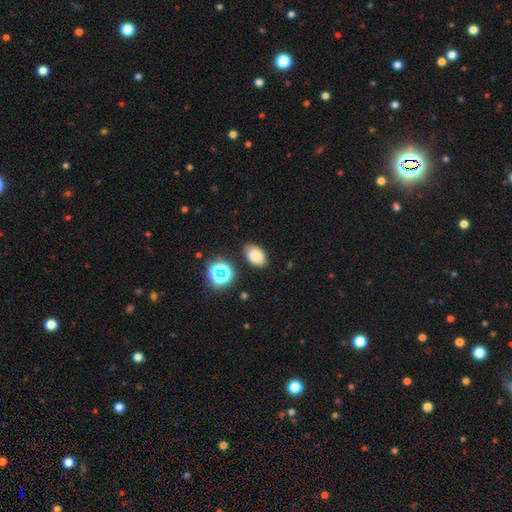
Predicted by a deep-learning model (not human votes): Smooth or featured: smooth — 78% (star or artifact — 13%)
How rounded: in between — 88% (round — 11%)
Merging: none — 83% (minor disturbance — 12%)